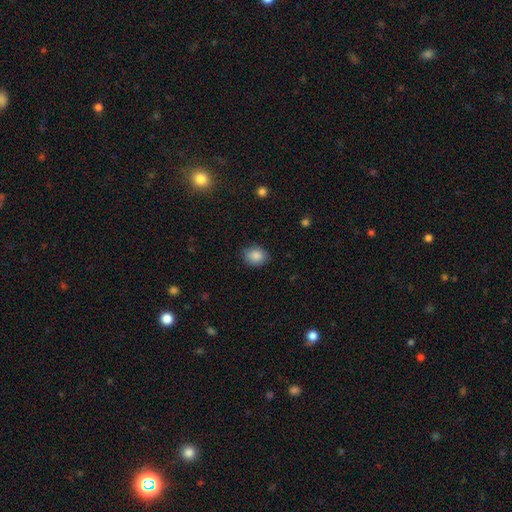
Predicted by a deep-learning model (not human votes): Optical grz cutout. It shows a smooth galaxy with no disk features (87%) that is round (55%). Merging: none (84%).